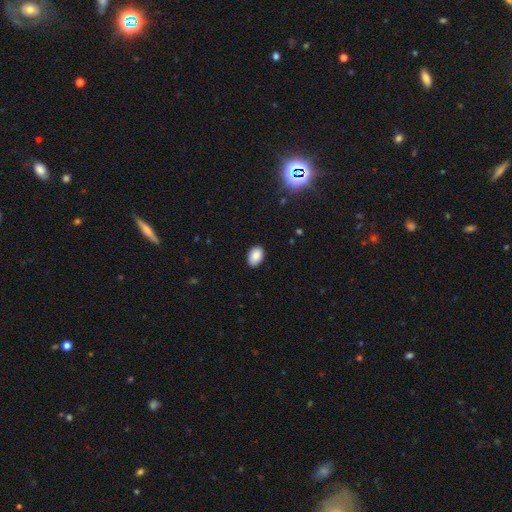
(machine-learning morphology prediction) Smooth or featured?
  - smooth: 88% *
  - star or artifact: 8%
  - featured or disk: 4%
How rounded?
  - in between: 87% *
  - round: 12%
  - cigar-shaped: 1%
Merging?
  - none: 88% *
  - minor disturbance: 9%
  - major disturbance: 2%
  - merger: 1%